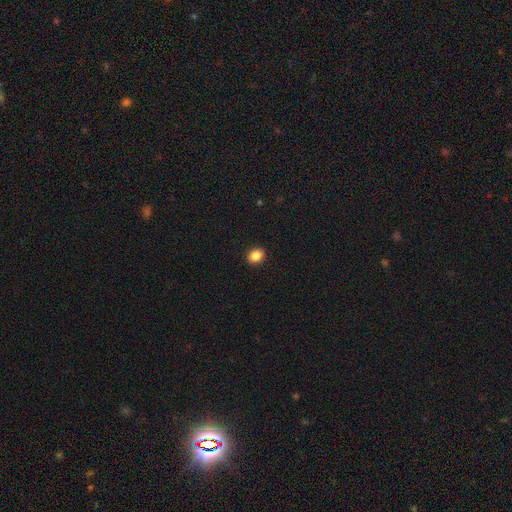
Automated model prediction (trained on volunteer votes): smooth_or_featured: smooth (p=0.87) [alt: star or artifact p=0.10]
how_rounded: round (p=0.58) [alt: in between p=0.41]
merging: none (p=0.92) [alt: minor disturbance p=0.05]